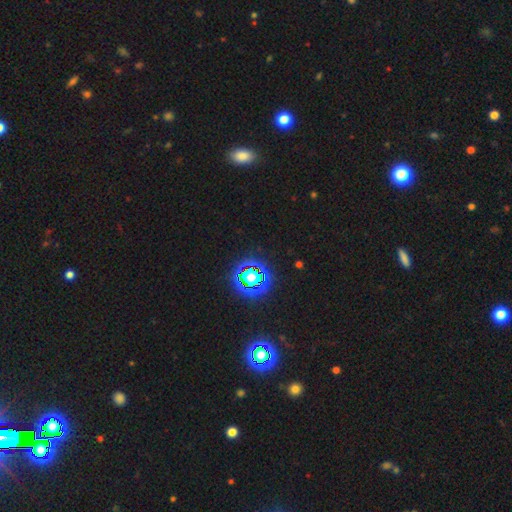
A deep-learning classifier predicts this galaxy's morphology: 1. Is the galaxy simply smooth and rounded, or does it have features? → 65% star or artifact, 26% smooth, 9% featured or disk.